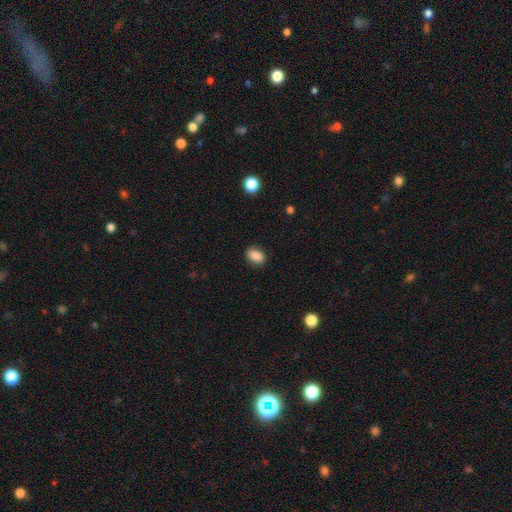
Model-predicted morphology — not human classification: smooth_or_featured: smooth (p=0.87) [alt: star or artifact p=0.08]
how_rounded: in between (p=0.79) [alt: round p=0.20]
merging: none (p=0.85) [alt: minor disturbance p=0.11]